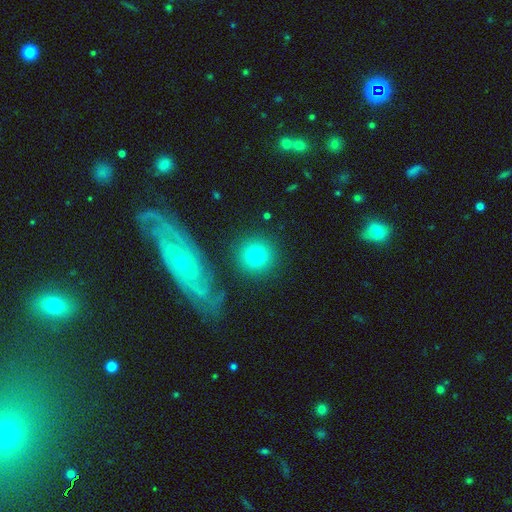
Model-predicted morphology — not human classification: This appears to be a smooth galaxy with no disk features (77%) that is round (92%). Merging: none (83%).